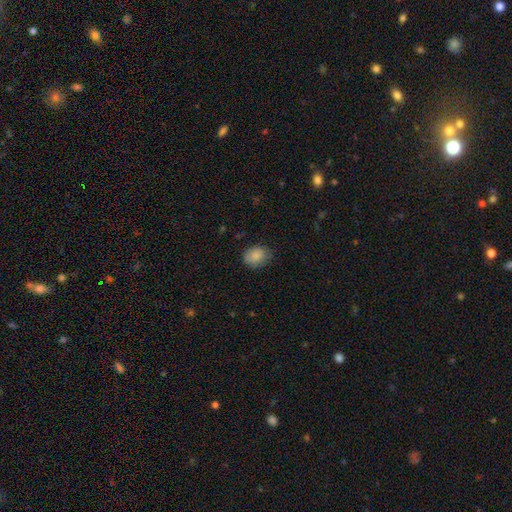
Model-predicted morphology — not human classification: Smooth or featured?
  - smooth: 87% *
  - star or artifact: 8%
  - featured or disk: 5%
How rounded?
  - round: 54% *
  - in between: 45%
  - cigar-shaped: 1%
Merging?
  - none: 75% *
  - minor disturbance: 20%
  - major disturbance: 5%
  - merger: 1%